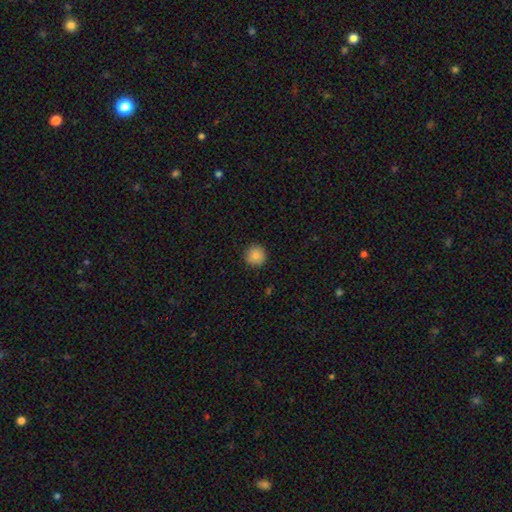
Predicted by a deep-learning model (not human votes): Q: Smooth or featured?
A: smooth (86%); runner-up: star or artifact (9%)
Q: How rounded?
A: round (95%); runner-up: in between (4%)
Q: Merging?
A: none (91%); runner-up: minor disturbance (6%)